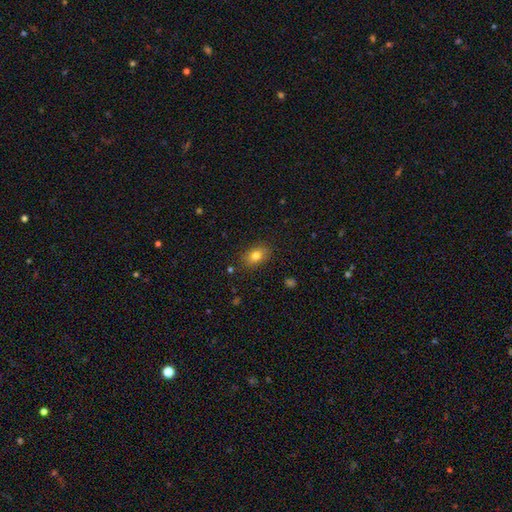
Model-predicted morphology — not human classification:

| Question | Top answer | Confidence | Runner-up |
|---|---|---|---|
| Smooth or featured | smooth | 81% | star or artifact (10%) |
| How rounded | in between | 75% | round (24%) |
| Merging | none | 85% | minor disturbance (11%) |